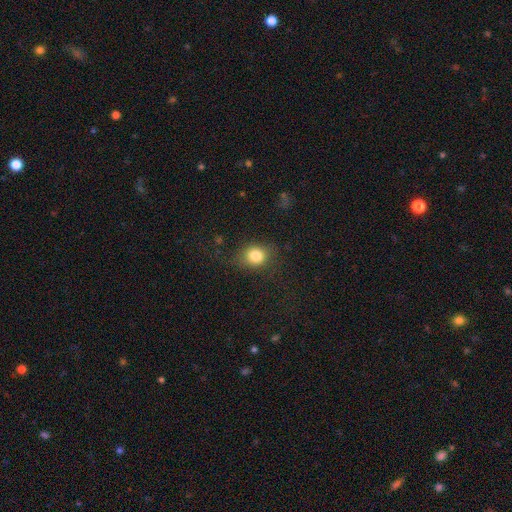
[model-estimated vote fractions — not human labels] Smooth or featured? Predicted: smooth (p=0.81). How rounded? Predicted: round (p=0.63). Merging? Predicted: none (p=0.71).